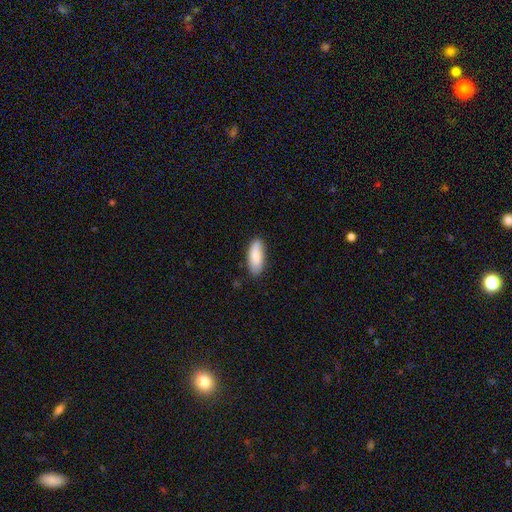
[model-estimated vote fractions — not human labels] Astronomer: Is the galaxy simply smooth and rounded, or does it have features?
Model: smooth — 85%.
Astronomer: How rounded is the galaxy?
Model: in between — 79%.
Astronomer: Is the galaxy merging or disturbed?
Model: none — 82%.